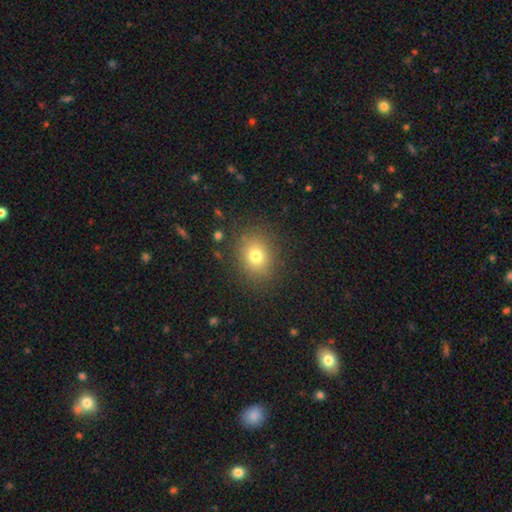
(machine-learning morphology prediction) Smooth or featured? Predicted: smooth (p=0.75). How rounded? Predicted: round (p=0.65). Merging? Predicted: none (p=0.85).